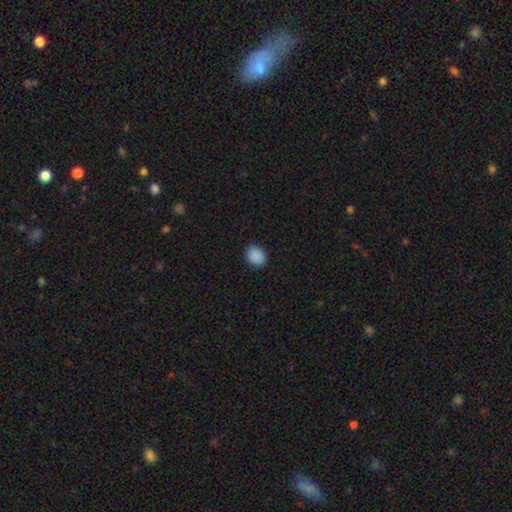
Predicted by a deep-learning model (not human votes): This is clearly a smooth galaxy (89%). How rounded: possibly round (56%). Merging: clearly none (89%).